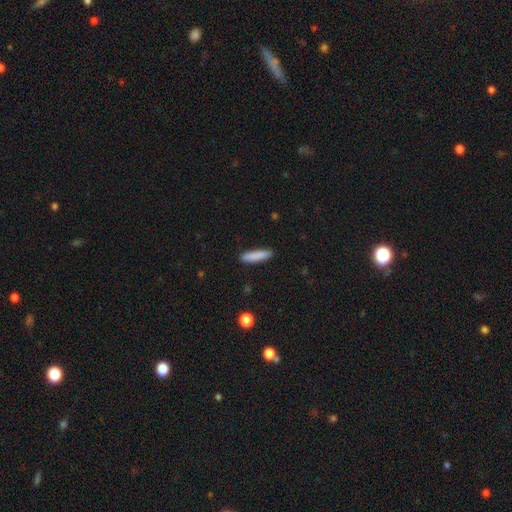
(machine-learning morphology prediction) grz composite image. It shows a smooth galaxy with no disk features (87%) that is cigar-shaped (80%). Merging: none (89%).